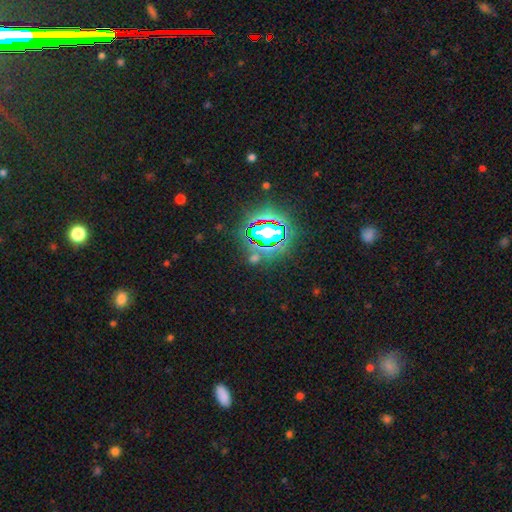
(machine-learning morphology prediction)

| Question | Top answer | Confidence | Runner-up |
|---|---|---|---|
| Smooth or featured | star or artifact | 74% | smooth (17%) |